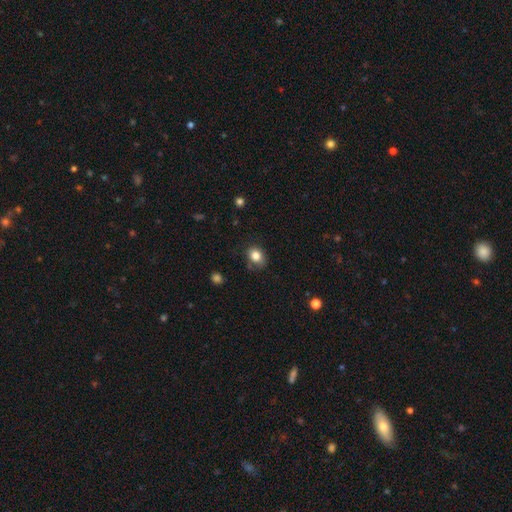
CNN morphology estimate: smooth 82%, star or artifact 11%, featured or disk 7%. Down the decision tree: how rounded — round (53%); merging — none (73%).